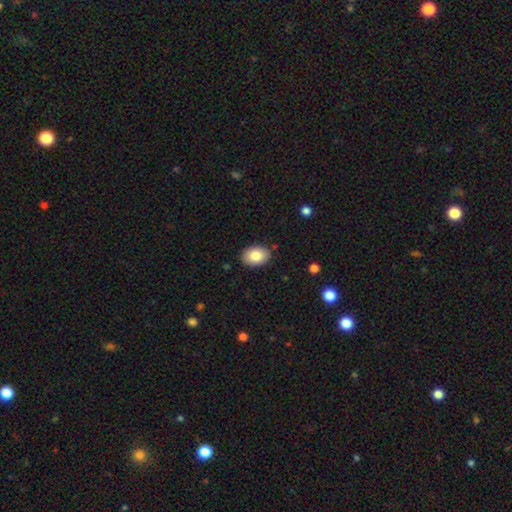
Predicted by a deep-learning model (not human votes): This appears to be a smooth galaxy with no disk features (84%) that is in between round and cigar-shaped (81%). Merging: none (88%).